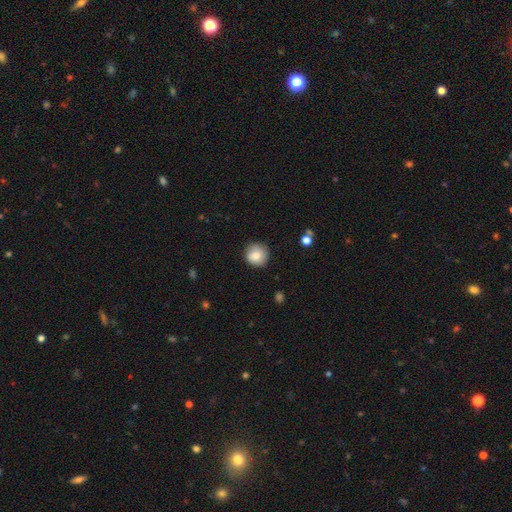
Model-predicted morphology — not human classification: A smooth galaxy with no disk features (83%) that is round (93%). Merging: none (82%).